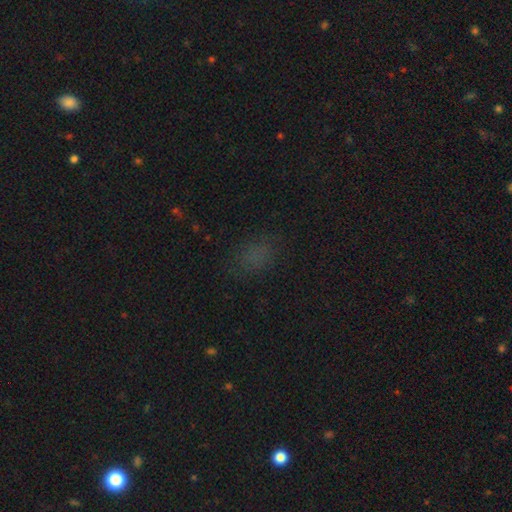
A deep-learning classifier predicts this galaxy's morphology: This is likely a smooth galaxy (65%). How rounded: likely in between (73%). Merging: likely none (76%).